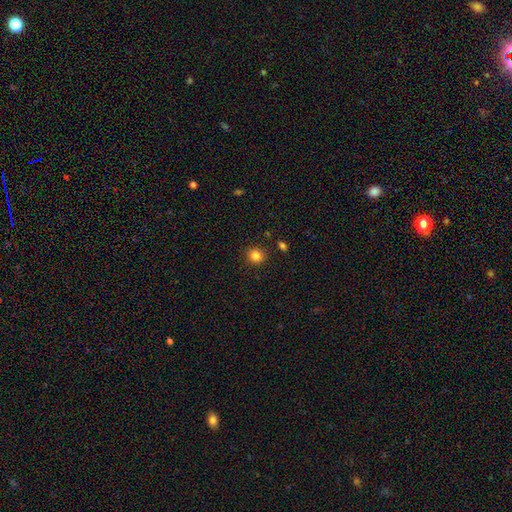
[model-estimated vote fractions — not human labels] smooth 84%, star or artifact 12%, featured or disk 4%. Down the decision tree: how rounded — round (90%); merging — none (88%).